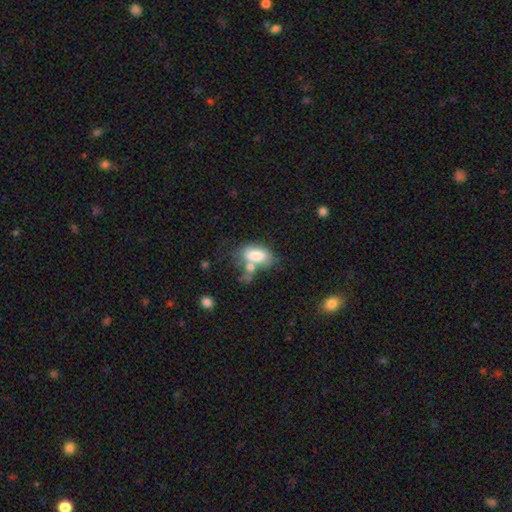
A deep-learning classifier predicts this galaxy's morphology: smooth 75%, featured or disk 18%, star or artifact 7%. Down the decision tree: how rounded — in between (91%); merging — merger (42%).